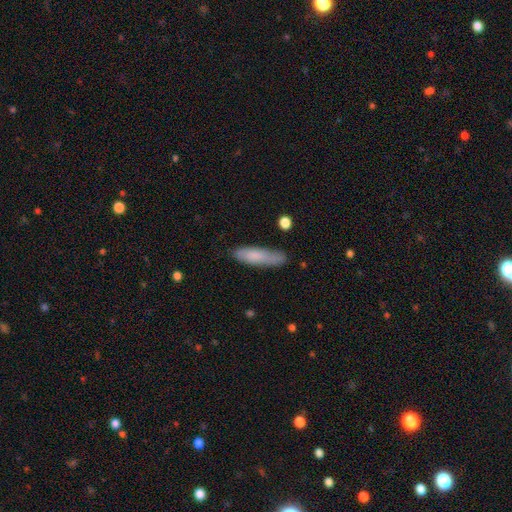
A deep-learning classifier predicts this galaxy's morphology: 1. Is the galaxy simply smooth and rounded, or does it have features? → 76% smooth, 17% featured or disk, 6% star or artifact.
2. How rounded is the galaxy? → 69% cigar-shaped, 30% in between, 2% round.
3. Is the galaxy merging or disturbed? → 70% none, 22% minor disturbance, 5% major disturbance, 3% merger.